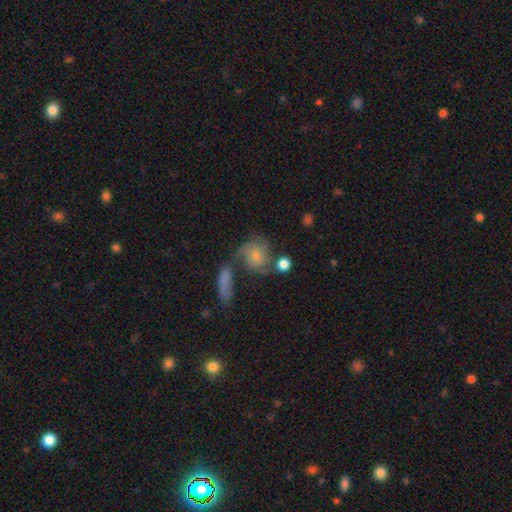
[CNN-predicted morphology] The model was most divided on "smooth or featured": featured or disk: 46%, smooth: 42%, star or artifact: 12%. Remaining: merging — none (45%).